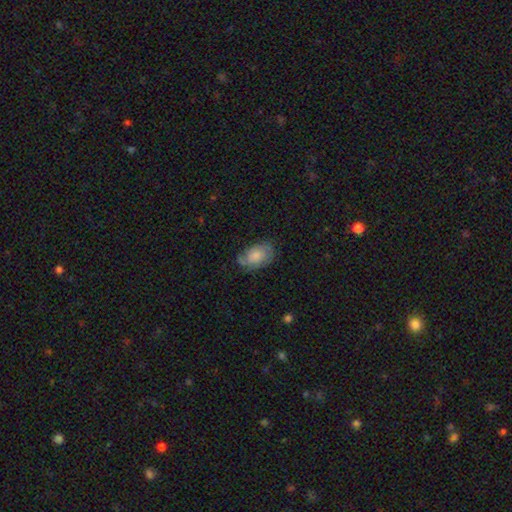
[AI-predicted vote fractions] smooth 57%, featured or disk 36%, star or artifact 7%. Down the decision tree: how rounded — in between (89%); merging — none (58%).